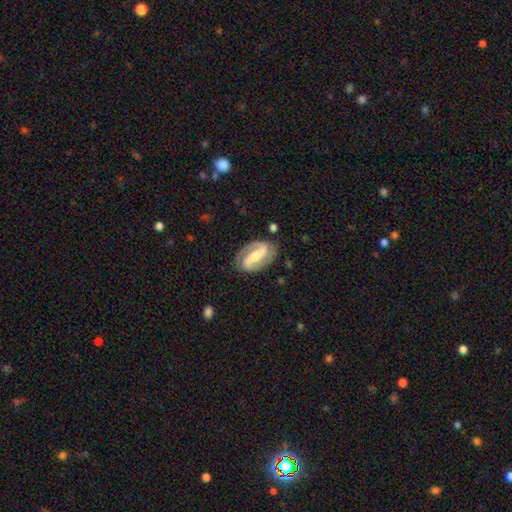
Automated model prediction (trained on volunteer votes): featured or disk 90%, smooth 6%, star or artifact 4%. Down the decision tree: edge-on disk — no (97%); bar — strong (62%); spiral arms — yes (97%); spiral arm count — 2 (93%); spiral winding — medium (49%); bulge size — moderate (46%); merging — none (84%).